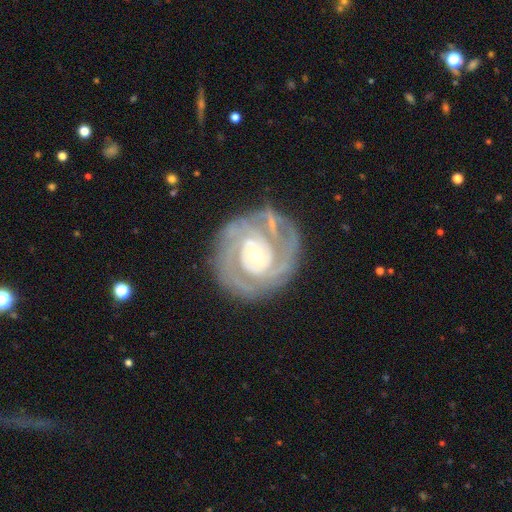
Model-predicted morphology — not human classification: A featured or disk galaxy (87%) with no bar (64%), 2 (37%) tight (75%) spiral arms (93%) and a moderate central bulge (54%).

Vote fractions:
- Smooth or featured? featured or disk: 87% / smooth: 8% / star or artifact: 5%
- Edge-on disk? no: 97% / yes: 3%
- Bar? no: 64% / weak: 25% / strong: 11%
- Spiral arms? yes: 93% / no: 7%
- Spiral winding? tight: 75% / medium: 21% / loose: 5%
- Spiral arm count? 2: 37% / can't tell: 24% / 3: 21% / 4: 7% / 1: 5% / more than 4: 5%
- Bulge size? moderate: 54% / small: 40% / large: 5% / dominant: 1% / none: 1%
- Merging? none: 72% / minor disturbance: 17% / major disturbance: 8% / merger: 3%